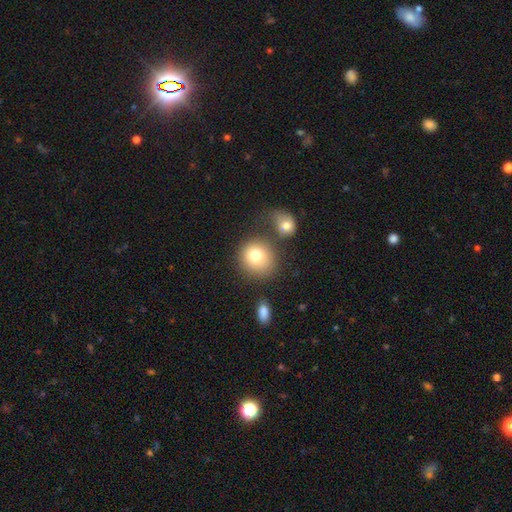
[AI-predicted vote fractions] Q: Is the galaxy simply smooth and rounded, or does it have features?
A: smooth — 78%.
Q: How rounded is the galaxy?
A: round — 83%.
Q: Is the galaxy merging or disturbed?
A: none — 59%.